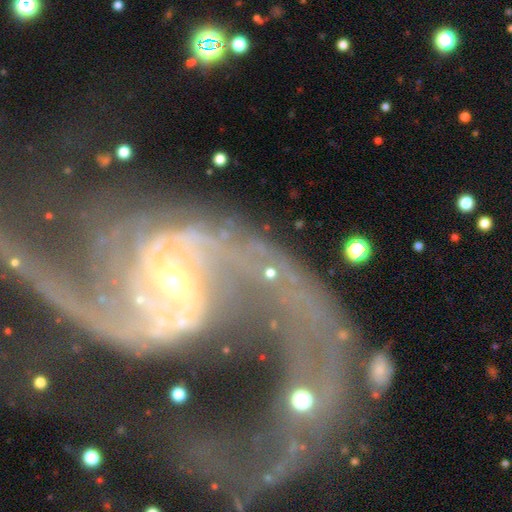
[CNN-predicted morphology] This appears to be a featured or disk galaxy (91%) with a weak bar (41%), 2 (85%) loose (62%) spiral arms (97%) and a small central bulge (65%). Merging: major disturbance (38%).